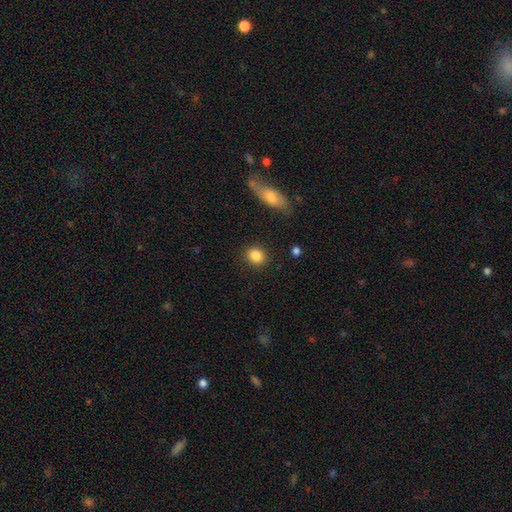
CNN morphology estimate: smooth_or_featured: smooth (p=0.86) [alt: star or artifact p=0.09]
how_rounded: round (p=0.75) [alt: in between p=0.24]
merging: none (p=0.87) [alt: minor disturbance p=0.08]